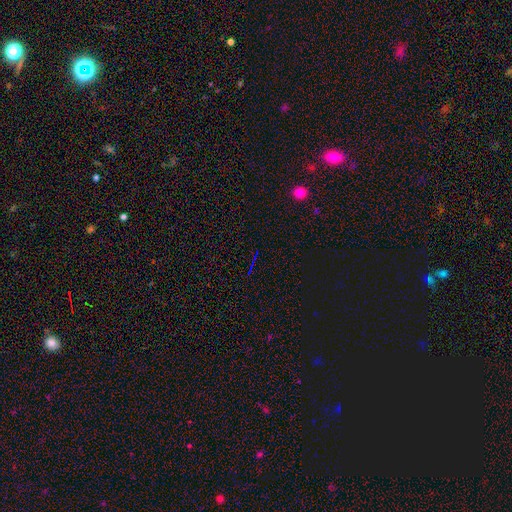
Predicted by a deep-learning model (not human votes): The model was most divided on "smooth or featured": star or artifact: 73%, smooth: 14%, featured or disk: 12%.